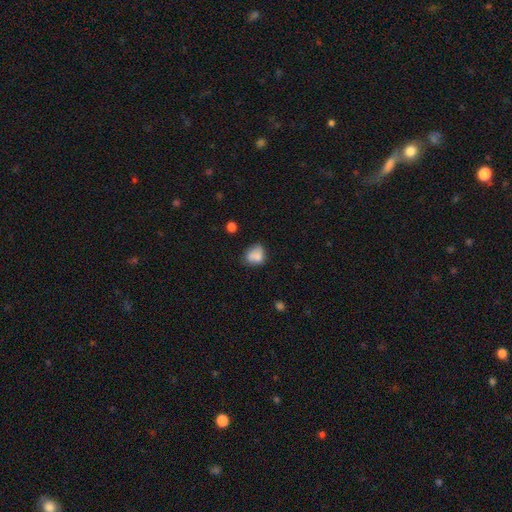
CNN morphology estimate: Q: Smooth or featured?
A: smooth (76%); runner-up: featured or disk (14%)
Q: How rounded?
A: in between (52%); runner-up: round (47%)
Q: Merging?
A: none (45%); runner-up: minor disturbance (27%)